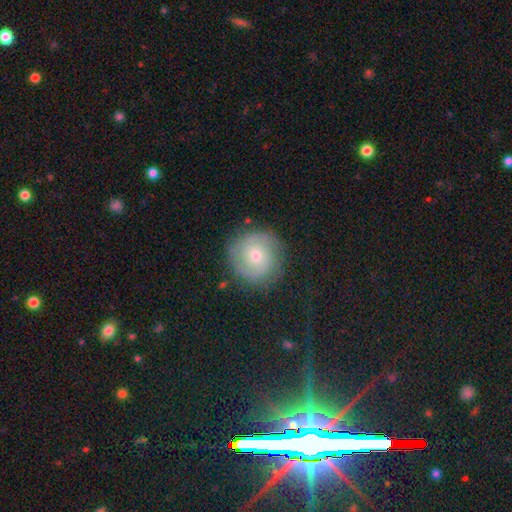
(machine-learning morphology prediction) smooth_or_featured: featured or disk (p=0.65) [alt: smooth p=0.27]
disk_edge_on: no (p=0.98) [alt: yes p=0.02]
bar: no (p=0.73) [alt: weak p=0.23]
has_spiral_arms: yes (p=0.89) [alt: no p=0.11]
spiral_winding: tight (p=0.63) [alt: medium p=0.28]
spiral_arm_count: 2 (p=0.61) [alt: can't tell p=0.22]
bulge_size: small (p=0.49) [alt: moderate p=0.47]
merging: none (p=0.83) [alt: minor disturbance p=0.11]